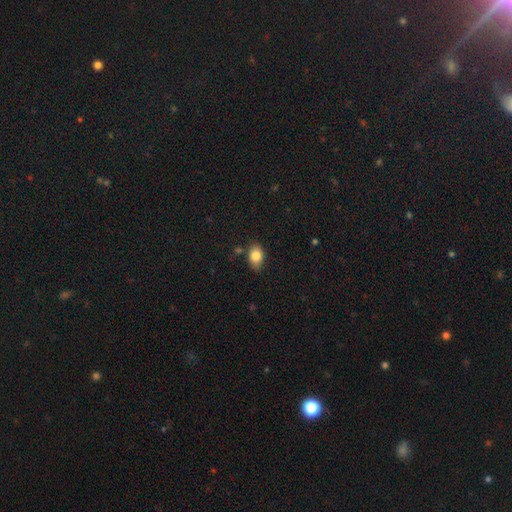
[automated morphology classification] Smooth or featured? smooth (83%)
How rounded? in between (80%)
Merging? none (73%)